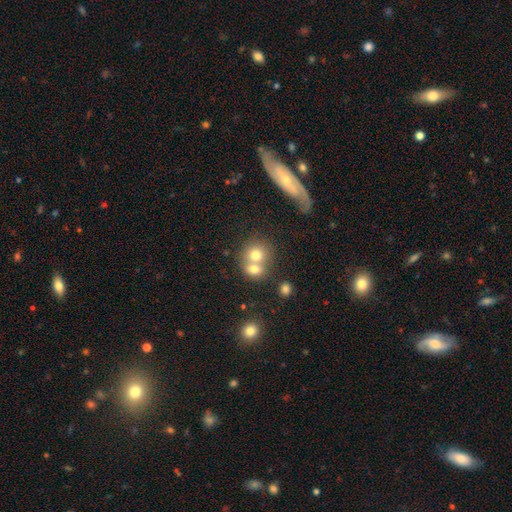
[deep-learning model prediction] Morphology: type=smooth (72%); roundness=round (75%); merging=merger (59%).